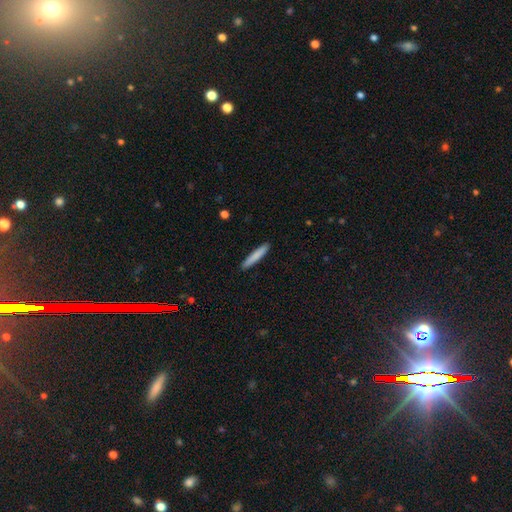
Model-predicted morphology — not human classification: A smooth galaxy with no disk features (82%) that is cigar-shaped (94%). Merging: none (91%).